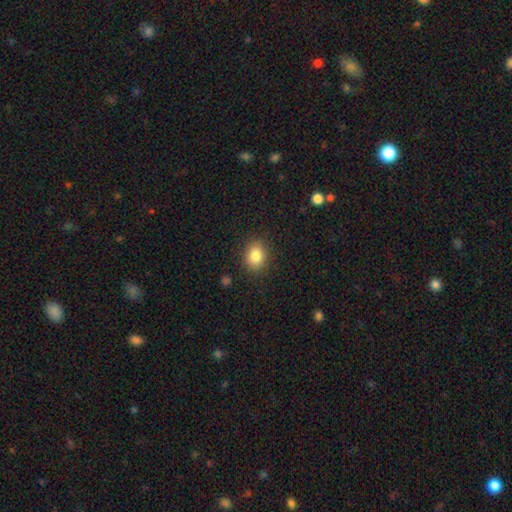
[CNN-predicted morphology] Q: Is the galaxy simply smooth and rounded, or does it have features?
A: smooth — 84%.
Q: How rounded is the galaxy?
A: round — 51%.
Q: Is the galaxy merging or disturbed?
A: none — 87%.